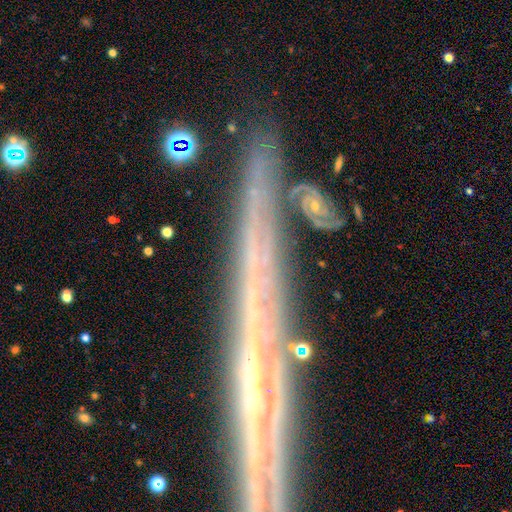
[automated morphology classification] Overall: featured or disk (64%). Edge-on disk: yes (86%). Edge-on bulge: none (68%). Merging: none (76%).